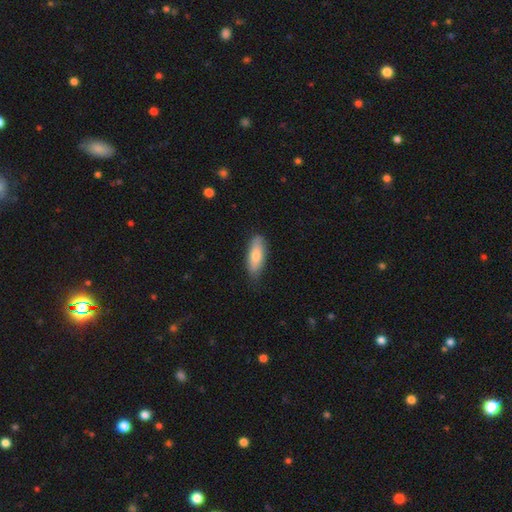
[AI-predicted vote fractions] The model was most divided on "how rounded": in between: 63%, cigar-shaped: 35%, round: 2%. More confident: merging — none (79%); smooth or featured — smooth (76%).